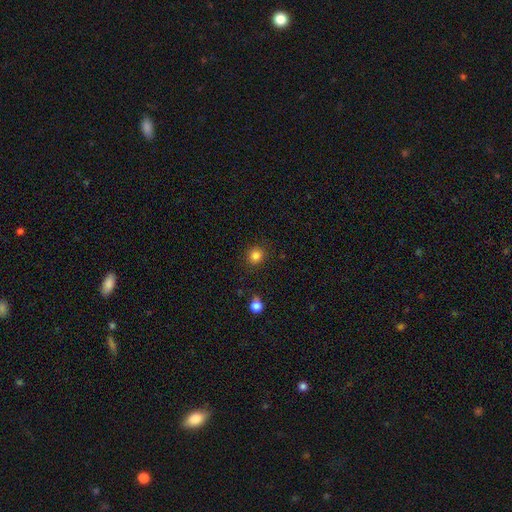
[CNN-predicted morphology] A smooth galaxy with no disk features (83%) that is round (90%).

Vote fractions:
- Smooth or featured? smooth: 83% / star or artifact: 12% / featured or disk: 5%
- How rounded? round: 90% / in between: 9% / cigar-shaped: 1%
- Merging? none: 89% / minor disturbance: 7% / major disturbance: 2% / merger: 2%